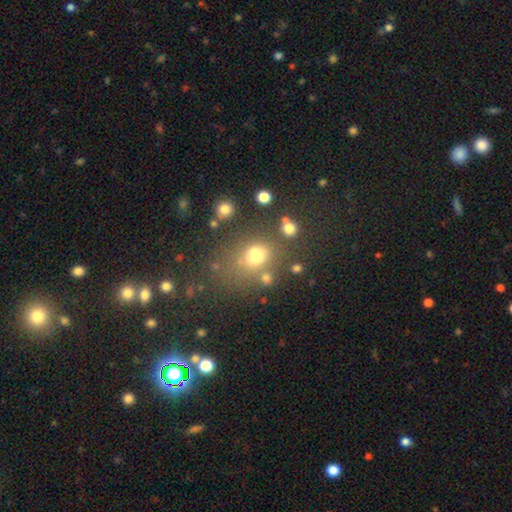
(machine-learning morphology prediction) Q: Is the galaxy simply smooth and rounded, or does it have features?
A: smooth — 67%.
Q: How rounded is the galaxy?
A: round — 57%.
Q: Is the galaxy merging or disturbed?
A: none — 57%.